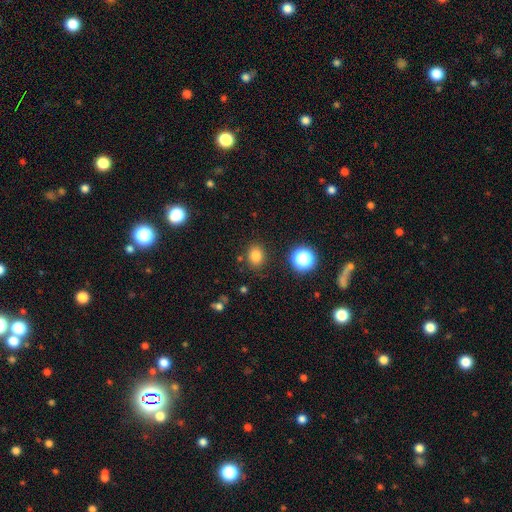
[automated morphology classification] A smooth galaxy with no disk features (79%) that is round (54%).

Vote fractions:
- Smooth or featured? smooth: 79% / star or artifact: 15% / featured or disk: 6%
- How rounded? round: 54% / in between: 45% / cigar-shaped: 1%
- Merging? none: 84% / minor disturbance: 10% / major disturbance: 3% / merger: 3%